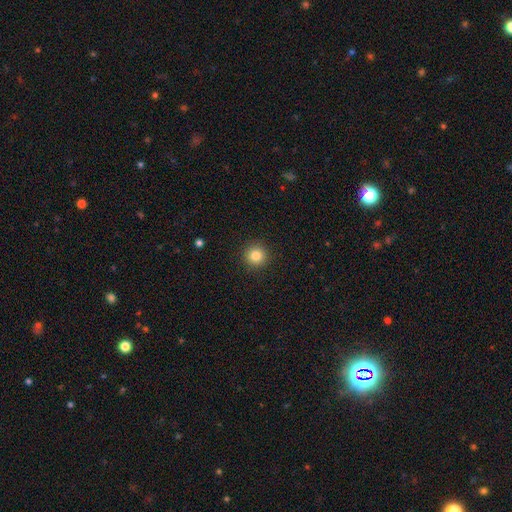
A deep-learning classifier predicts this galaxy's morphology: Overall: smooth (83%). How rounded: round (95%). Merging: none (92%).